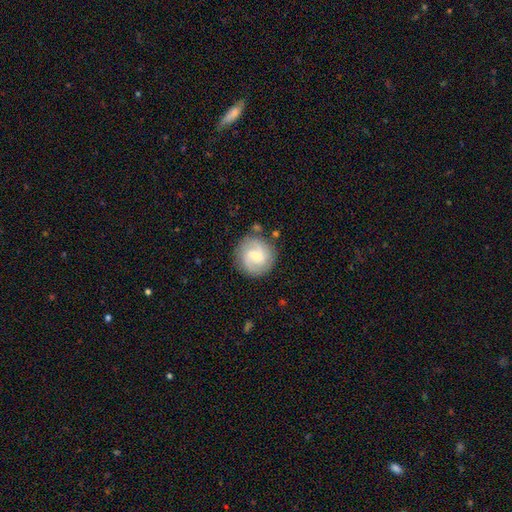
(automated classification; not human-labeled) A featured or disk galaxy (69%) with a weak bar (60%), 2 (78%) medium (47%) spiral arms (93%) and a small central bulge (54%).

Vote fractions:
- Smooth or featured? featured or disk: 69% / smooth: 25% / star or artifact: 6%
- Edge-on disk? no: 98% / yes: 2%
- Bar? weak: 60% / no: 21% / strong: 19%
- Spiral arms? yes: 93% / no: 7%
- Spiral winding? medium: 47% / tight: 29% / loose: 24%
- Spiral arm count? 2: 78% / can't tell: 9% / 3: 6% / 1: 3% / 4: 2% / more than 4: 2%
- Bulge size? small: 54% / moderate: 37% / none: 5% / large: 3% / dominant: 1%
- Merging? none: 82% / minor disturbance: 12% / major disturbance: 4% / merger: 3%